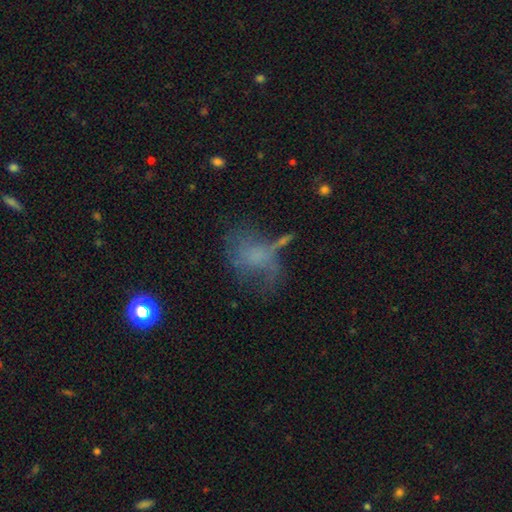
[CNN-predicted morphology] Smooth or featured? Predicted: smooth (p=0.43). Merging? Predicted: none (p=0.36).